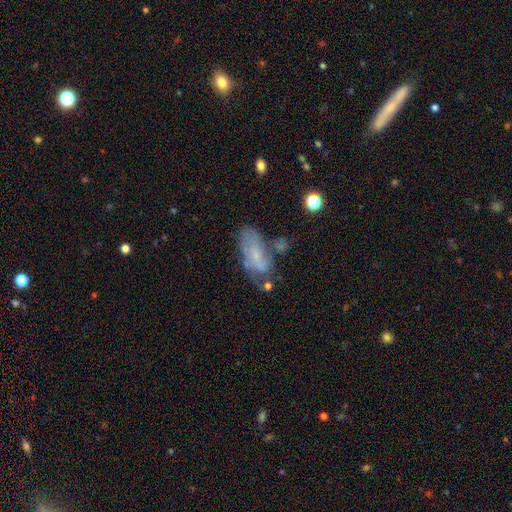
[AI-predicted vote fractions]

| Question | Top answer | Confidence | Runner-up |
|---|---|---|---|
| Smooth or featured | featured or disk | 48% | smooth (43%) |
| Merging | none | 46% | minor disturbance (27%) |